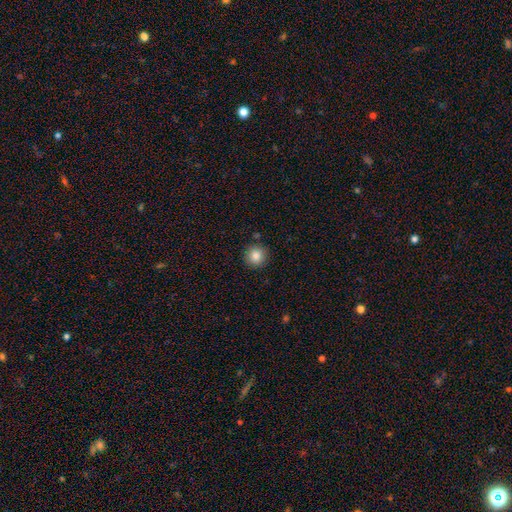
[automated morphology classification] smooth-or-featured: smooth: 84% | star or artifact: 10% | featured or disk: 6%
  how-rounded: round: 94% | in between: 5% | cigar-shaped: 1%
  merging: none: 89% | minor disturbance: 7% | merger: 2% | major disturbance: 2%